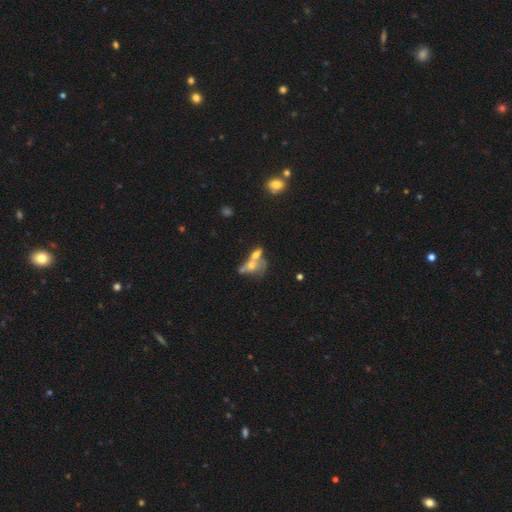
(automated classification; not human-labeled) Smooth or featured?
  - smooth: 51% *
  - featured or disk: 35%
  - star or artifact: 14%
How rounded?
  - in between: 67% *
  - round: 26%
  - cigar-shaped: 7%
Merging?
  - merger: 65% *
  - none: 18%
  - major disturbance: 9%
  - minor disturbance: 8%